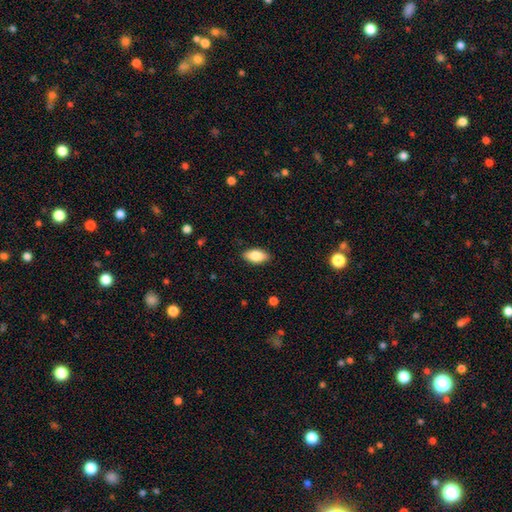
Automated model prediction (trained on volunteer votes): Overall: smooth (83%). How rounded: in between (91%). Merging: none (88%).